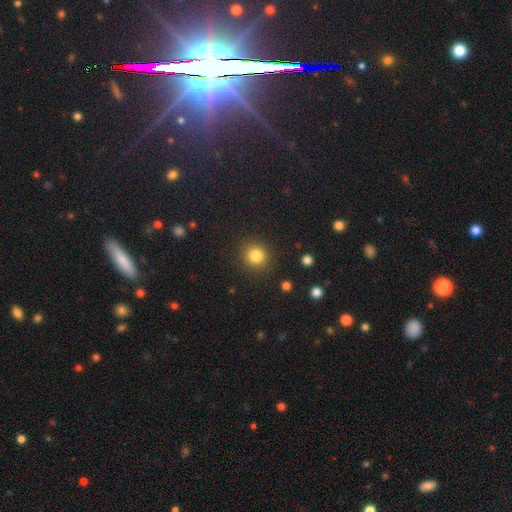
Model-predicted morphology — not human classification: type=smooth (83%); roundness=round (90%); merging=none (89%).